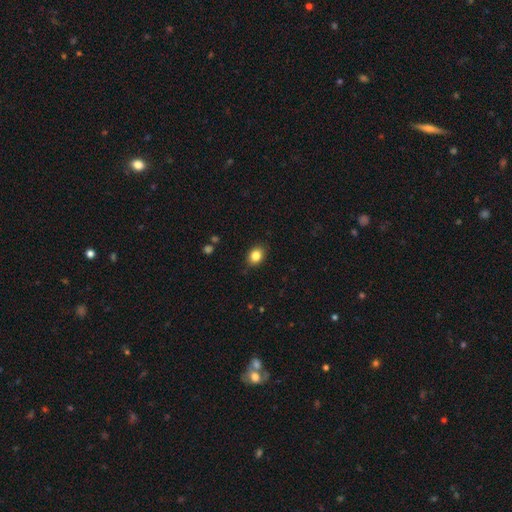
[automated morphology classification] smooth_or_featured: smooth (p=0.84) [alt: star or artifact p=0.10]
how_rounded: in between (p=0.58) [alt: round p=0.41]
merging: none (p=0.85) [alt: minor disturbance p=0.11]